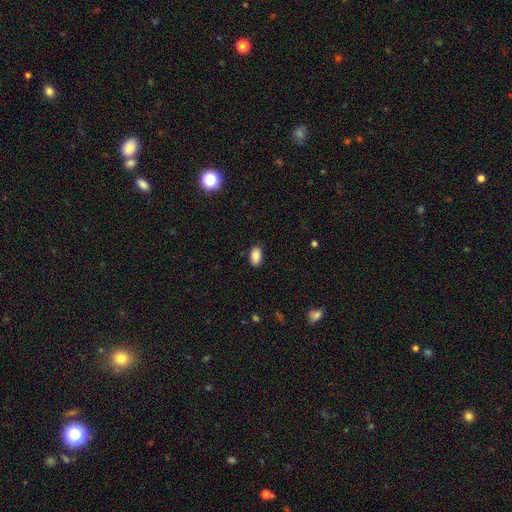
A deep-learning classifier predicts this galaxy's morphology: This appears to be a smooth galaxy with no disk features (88%) that is in between round and cigar-shaped (93%). Merging: none (87%).